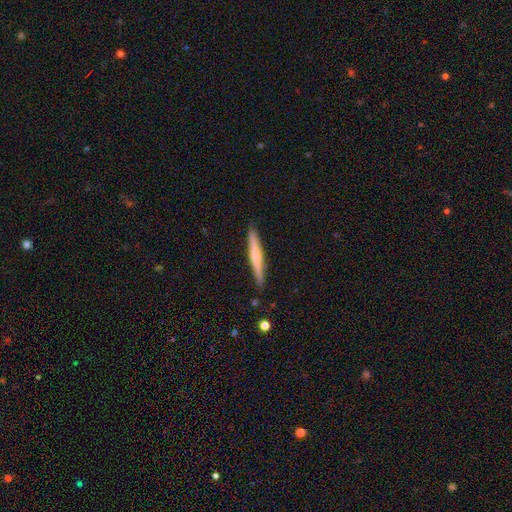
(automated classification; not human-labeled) Overall: featured or disk (48%; smooth 46%). Merging: none (89%).